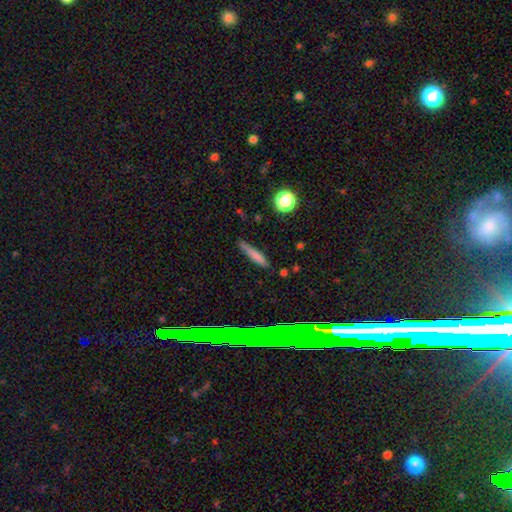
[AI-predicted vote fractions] Overall: smooth (73%). How rounded: cigar-shaped (89%). Merging: none (73%).